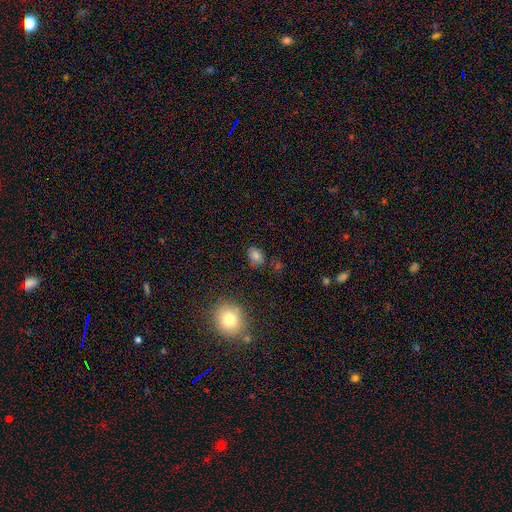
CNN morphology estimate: Overall: smooth (77%). How rounded: in between (77%). Merging: none (74%).